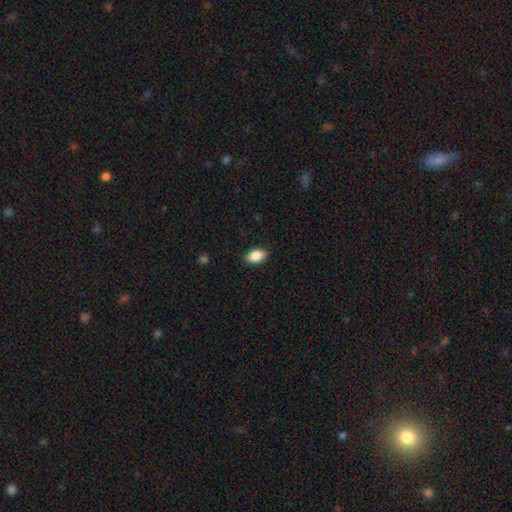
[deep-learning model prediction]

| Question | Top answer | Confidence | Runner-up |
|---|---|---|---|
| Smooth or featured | smooth | 88% | star or artifact (7%) |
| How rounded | in between | 91% | round (7%) |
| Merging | none | 88% | minor disturbance (9%) |